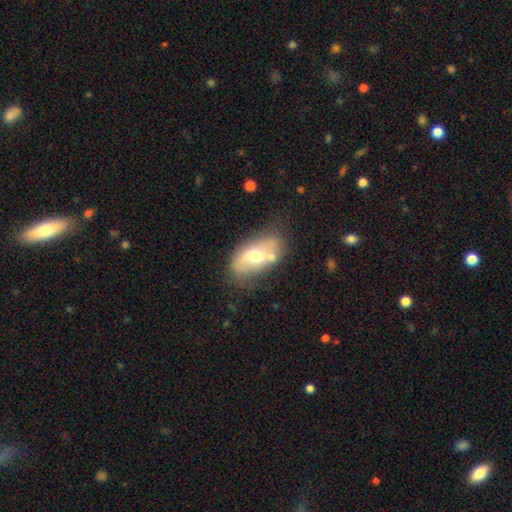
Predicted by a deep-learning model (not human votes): Smooth or featured? Predicted: smooth (p=0.55). How rounded? Predicted: in between (p=0.90). Merging? Predicted: none (p=0.63).